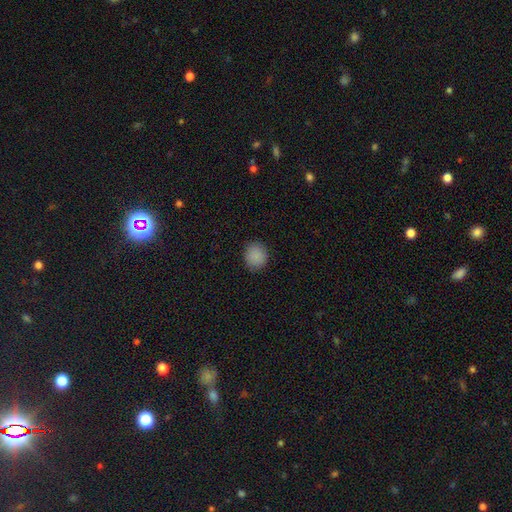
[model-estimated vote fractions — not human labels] Smooth or featured?
  - smooth: 88% *
  - star or artifact: 9%
  - featured or disk: 3%
How rounded?
  - round: 82% *
  - in between: 17%
  - cigar-shaped: 1%
Merging?
  - none: 89% *
  - minor disturbance: 8%
  - major disturbance: 2%
  - merger: 1%